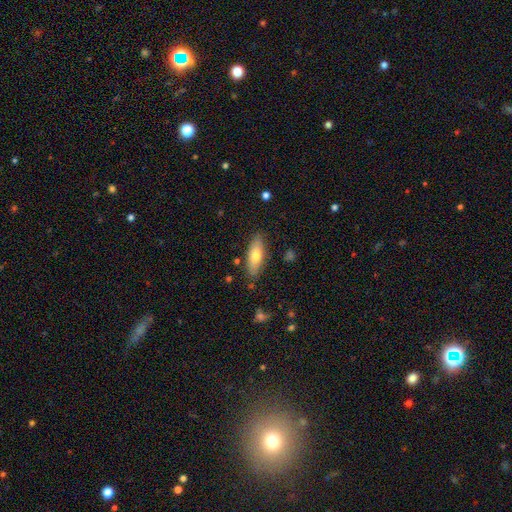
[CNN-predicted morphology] The model was most divided on "how rounded": in between: 68%, cigar-shaped: 30%, round: 2%. More confident: merging — none (82%); smooth or featured — smooth (71%).